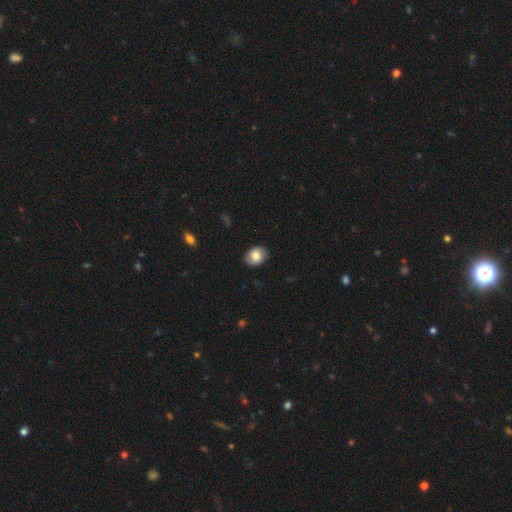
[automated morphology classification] Smooth or featured? Predicted: smooth (p=0.77). How rounded? Predicted: in between (p=0.60). Merging? Predicted: none (p=0.85).